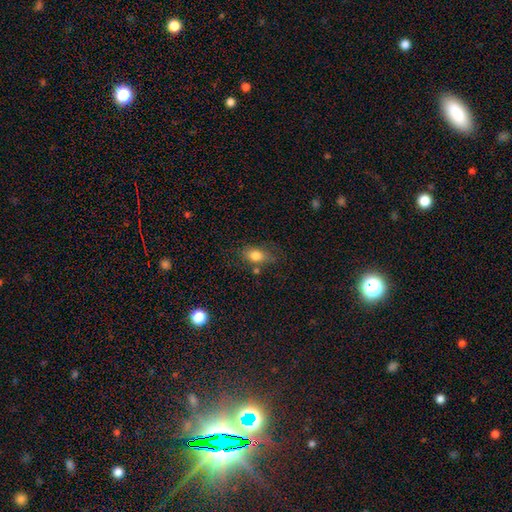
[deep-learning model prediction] Morphology: type=smooth (79%); roundness=in between (82%); merging=none (64%).